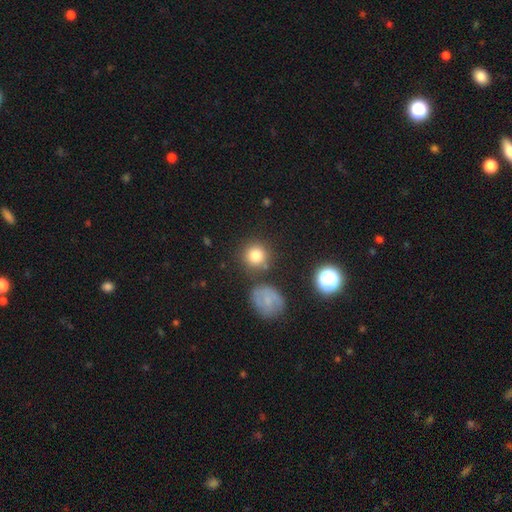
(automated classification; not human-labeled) Smooth or featured? smooth (79%)
How rounded? round (91%)
Merging? none (75%)